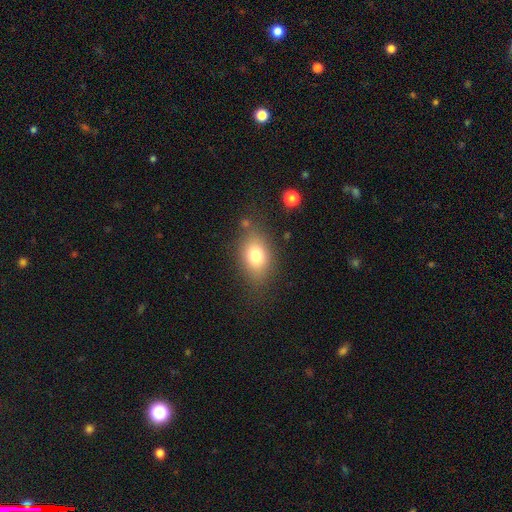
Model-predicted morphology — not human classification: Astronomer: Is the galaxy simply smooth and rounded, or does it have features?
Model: smooth — 76%.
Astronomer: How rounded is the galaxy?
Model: in between — 76%.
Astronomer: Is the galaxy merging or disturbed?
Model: none — 75%.